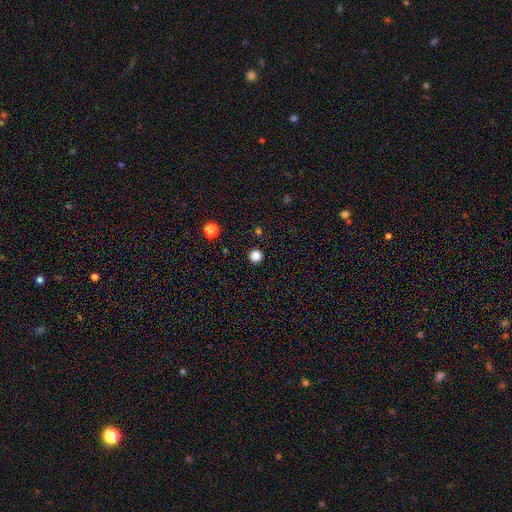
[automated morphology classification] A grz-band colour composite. It shows a smooth galaxy with no disk features (84%) that is round (96%). Merging: none (93%).